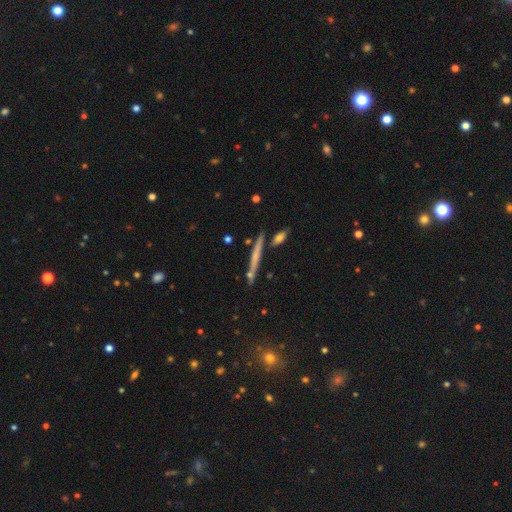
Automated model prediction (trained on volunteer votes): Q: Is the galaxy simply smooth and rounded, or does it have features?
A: featured or disk — 50%.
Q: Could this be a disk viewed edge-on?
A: yes — 95%.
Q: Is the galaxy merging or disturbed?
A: none — 81%.